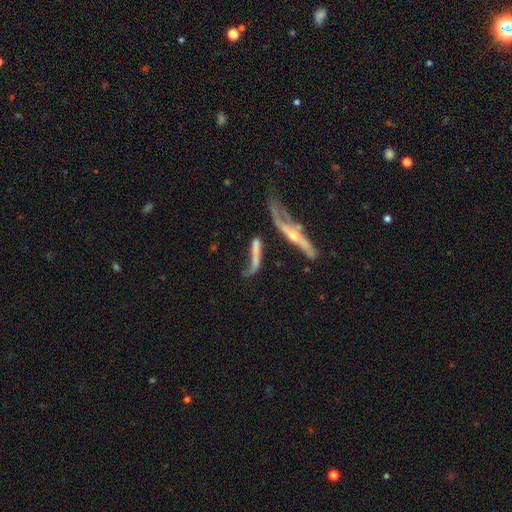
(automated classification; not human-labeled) Morphology: type=featured or disk (56%); edge-on=yes (53%); merging=major disturbance (29%).